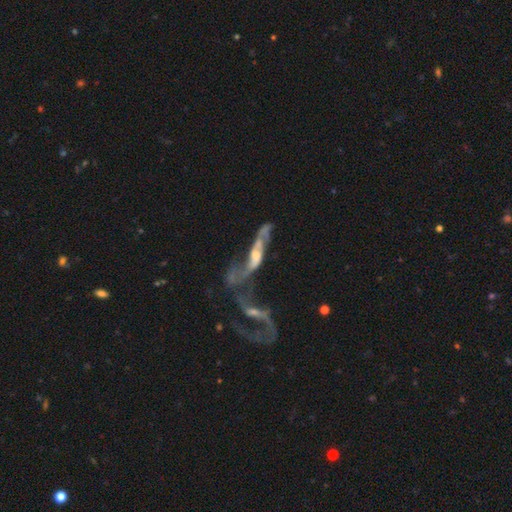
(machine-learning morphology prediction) The model was most divided on "bulge size": moderate: 46%, small: 28%, none: 13%, large: 11%, dominant: 2%. More confident: smooth or featured — featured or disk (75%); spiral arms — yes (74%); edge-on disk — no (71%); merging — merger (52%); bar — no (51%).